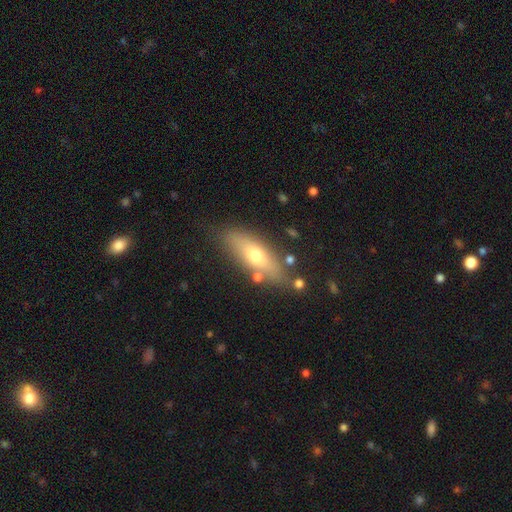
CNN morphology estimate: smooth_or_featured: smooth (p=0.58) [alt: featured or disk p=0.35]
how_rounded: in between (p=0.57) [alt: cigar-shaped p=0.40]
merging: none (p=0.79) [alt: minor disturbance p=0.13]